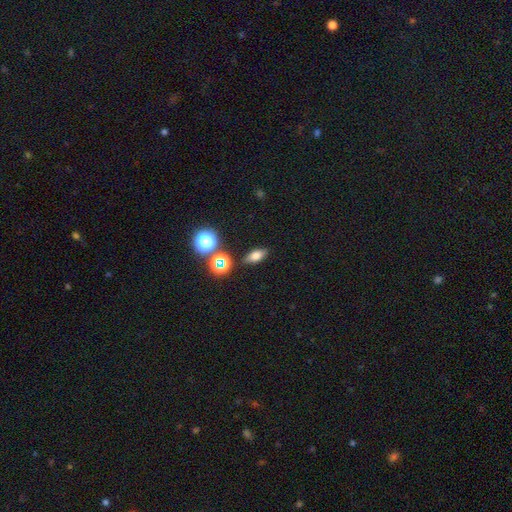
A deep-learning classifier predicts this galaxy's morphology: smooth 68%, featured or disk 16%, star or artifact 16%. Down the decision tree: how rounded — in between (73%); merging — none (86%).